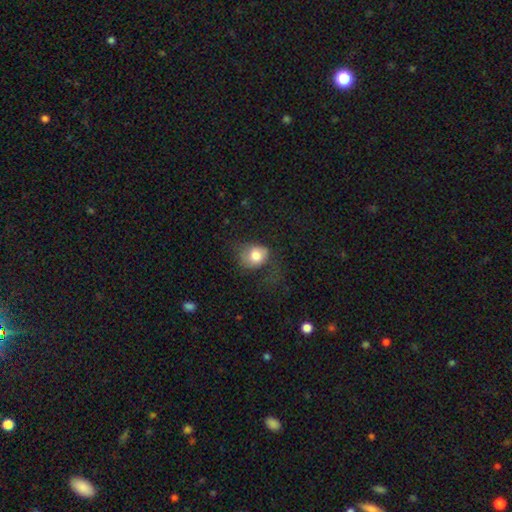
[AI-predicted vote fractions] The model was most divided on "how rounded": round: 55%, in between: 43%, cigar-shaped: 1%. Remaining: smooth or featured — smooth (77%); merging — none (41%).